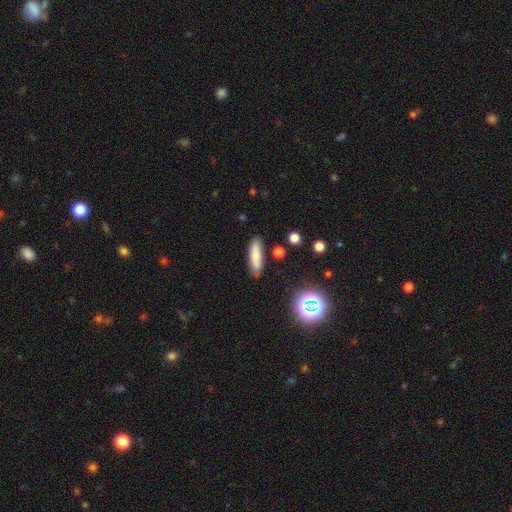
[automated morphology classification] type=smooth (74%); roundness=cigar-shaped (61%); merging=none (82%).